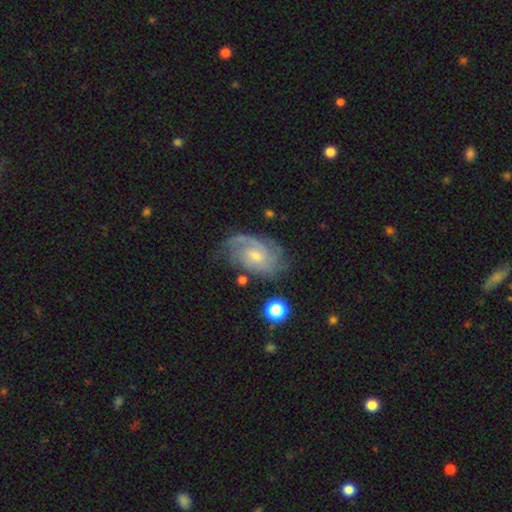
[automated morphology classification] type=featured or disk (82%); edge-on=no (97%); bar=no (59%); spiral arms=yes (95%); winding=tight (45%); arm count=2 (37%); bulge=small (59%); merging=none (65%).